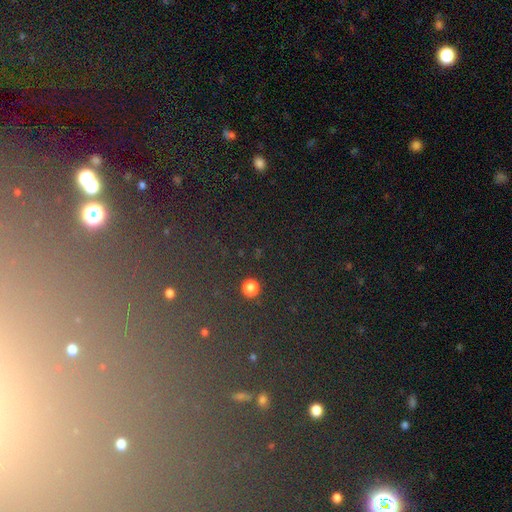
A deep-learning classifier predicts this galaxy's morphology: smooth_or_featured: star or artifact (p=0.69) [alt: smooth p=0.18]